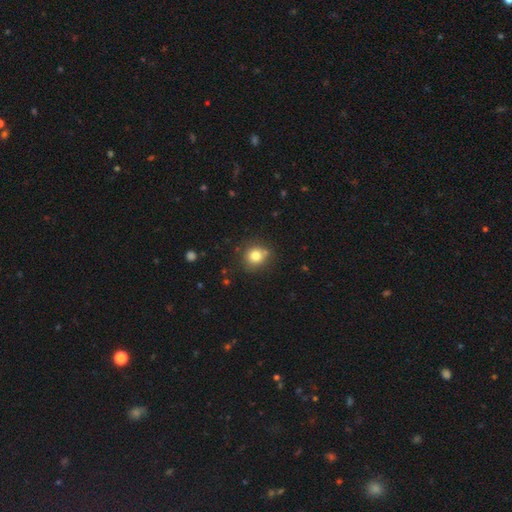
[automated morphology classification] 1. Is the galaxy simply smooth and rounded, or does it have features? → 80% smooth, 12% star or artifact, 8% featured or disk.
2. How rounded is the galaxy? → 85% round, 14% in between, 1% cigar-shaped.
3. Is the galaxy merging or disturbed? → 78% none, 13% minor disturbance, 6% merger, 3% major disturbance.